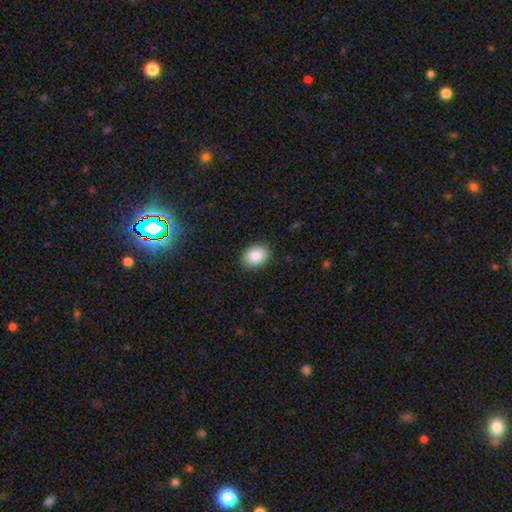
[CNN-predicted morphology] Q: Smooth or featured?
A: smooth (88%); runner-up: star or artifact (7%)
Q: How rounded?
A: in between (66%); runner-up: round (33%)
Q: Merging?
A: none (89%); runner-up: minor disturbance (8%)